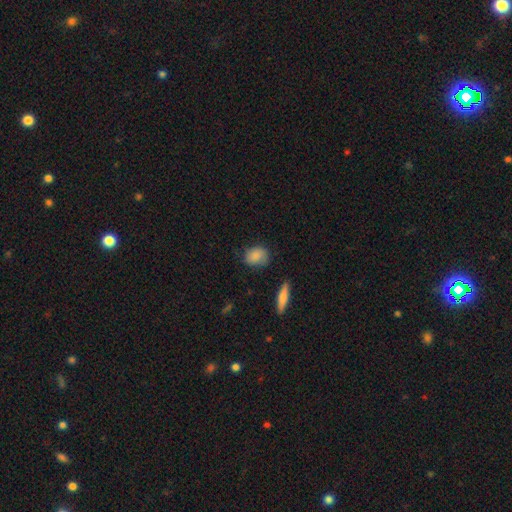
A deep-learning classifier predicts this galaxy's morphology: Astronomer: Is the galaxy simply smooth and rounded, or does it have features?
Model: smooth — 84%.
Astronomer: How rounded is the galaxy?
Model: in between — 56% (runner-up: round, 42%).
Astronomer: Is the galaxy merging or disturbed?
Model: none — 70%.